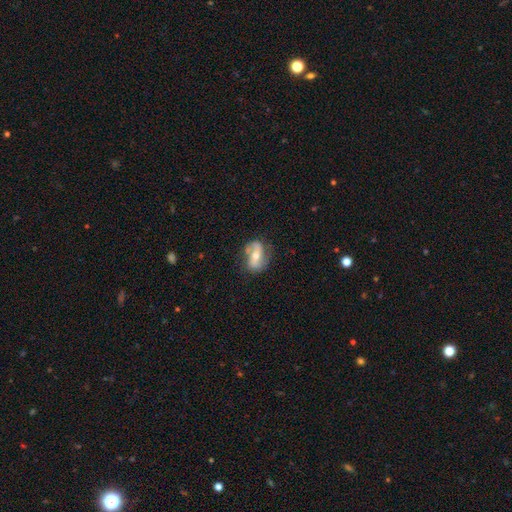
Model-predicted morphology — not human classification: A featured or disk galaxy (67%) with no bar (39%), 2 (86%) loose (49%) spiral arms (84%) and a moderate central bulge (63%). Merging: none (70%).